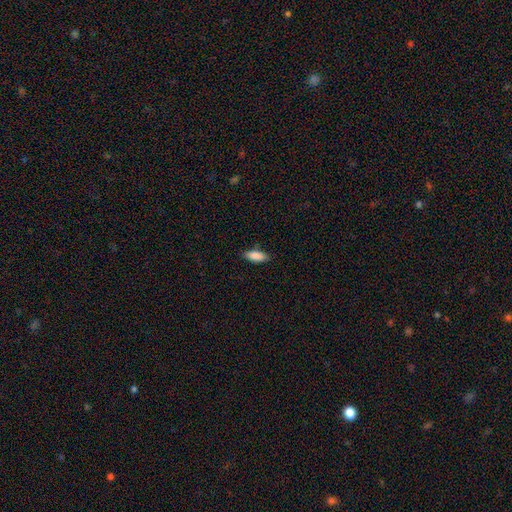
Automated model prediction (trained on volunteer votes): Smooth or featured? Predicted: smooth (p=0.88). How rounded? Predicted: in between (p=0.71). Merging? Predicted: none (p=0.85).